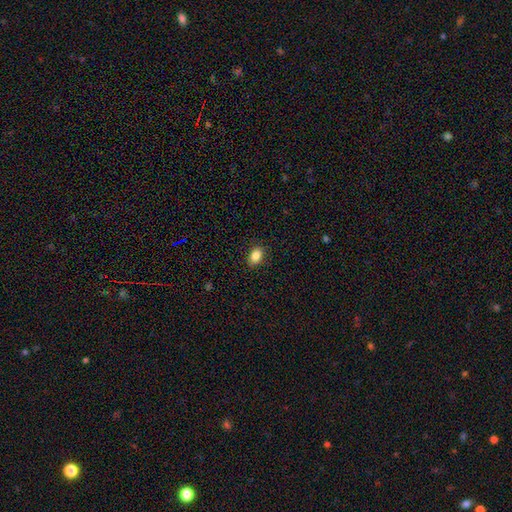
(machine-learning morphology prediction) Overall: smooth (86%). How rounded: in between (85%). Merging: none (88%).